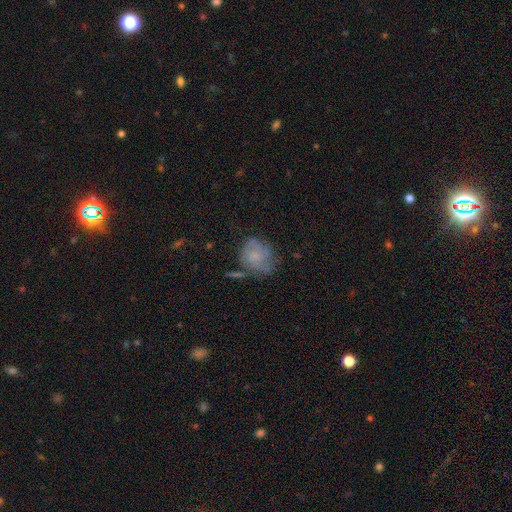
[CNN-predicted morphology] featured or disk 46%, smooth 44%, star or artifact 10%. Down the decision tree: merging — none (48%).